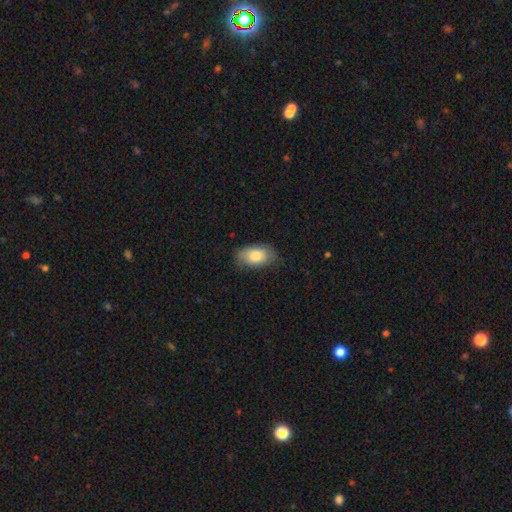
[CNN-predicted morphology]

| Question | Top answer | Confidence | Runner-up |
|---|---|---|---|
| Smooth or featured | smooth | 80% | featured or disk (14%) |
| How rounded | in between | 93% | round (6%) |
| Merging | none | 73% | minor disturbance (21%) |